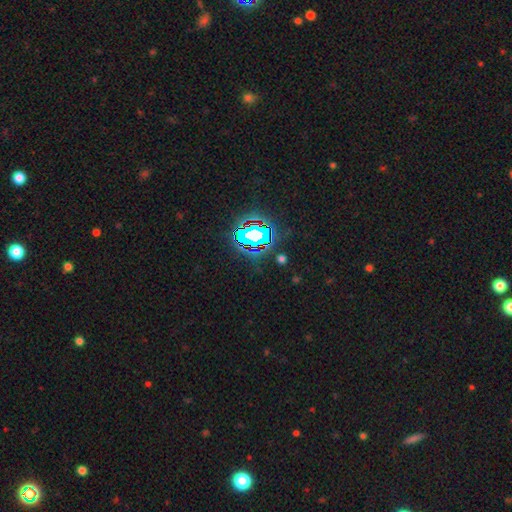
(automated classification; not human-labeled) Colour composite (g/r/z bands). It shows a star or artifact, not a galaxy (82%).